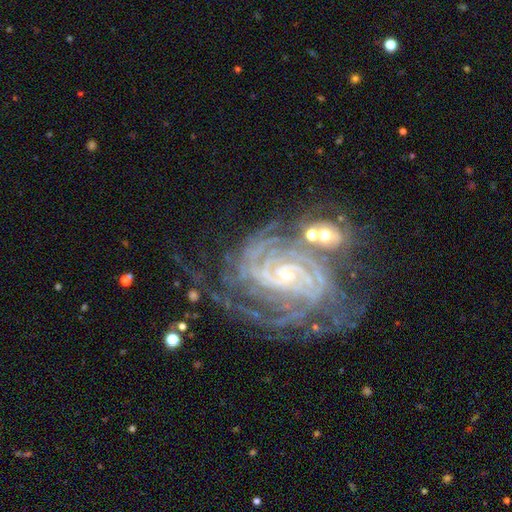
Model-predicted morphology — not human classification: Q: Smooth or featured?
A: featured or disk (91%); runner-up: star or artifact (6%)
Q: Edge-on disk?
A: no (97%); runner-up: yes (3%)
Q: Bar?
A: no (62%); runner-up: weak (26%)
Q: Spiral arms?
A: yes (98%); runner-up: no (2%)
Q: Spiral winding?
A: tight (79%); runner-up: medium (18%)
Q: Spiral arm count?
A: 4 (22%); runner-up: can't tell (20%)
Q: Bulge size?
A: small (80%); runner-up: moderate (16%)
Q: Merging?
A: none (55%); runner-up: minor disturbance (21%)